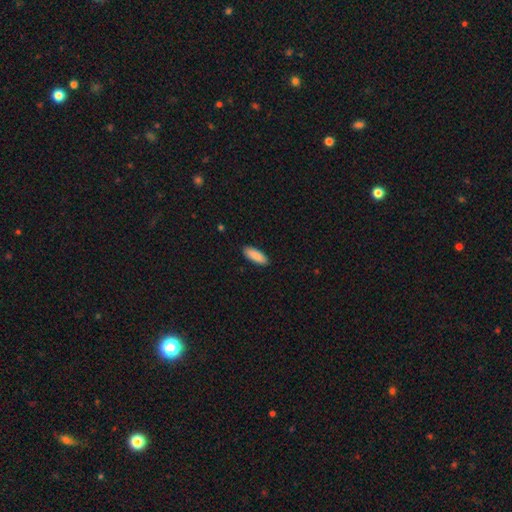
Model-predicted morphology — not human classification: Smooth or featured? smooth (90%)
How rounded? in between (68%)
Merging? none (90%)